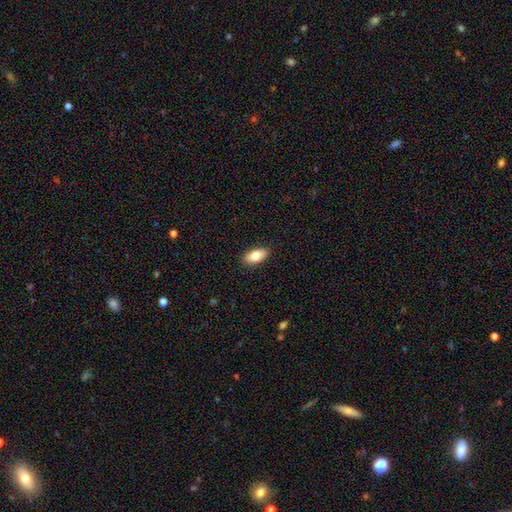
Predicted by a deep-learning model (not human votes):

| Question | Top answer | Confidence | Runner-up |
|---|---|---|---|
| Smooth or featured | smooth | 78% | featured or disk (15%) |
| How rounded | in between | 87% | cigar-shaped (10%) |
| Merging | none | 89% | minor disturbance (8%) |